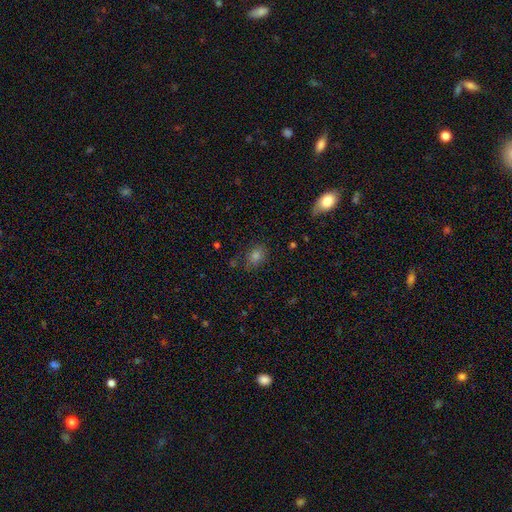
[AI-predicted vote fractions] The model was most divided on "how rounded": in between: 59%, round: 39%, cigar-shaped: 2%. More confident: merging — none (78%); smooth or featured — smooth (74%).